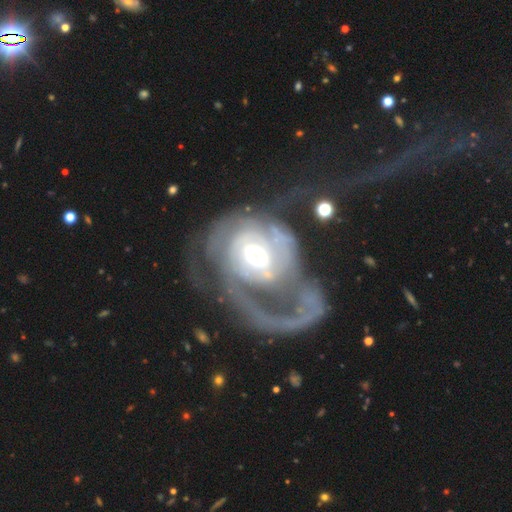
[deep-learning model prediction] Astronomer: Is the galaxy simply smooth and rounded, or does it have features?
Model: featured or disk — 80%.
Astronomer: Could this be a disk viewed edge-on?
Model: no — 97%.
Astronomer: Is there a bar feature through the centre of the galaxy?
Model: no — 61%.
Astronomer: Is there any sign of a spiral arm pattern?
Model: yes — 79%.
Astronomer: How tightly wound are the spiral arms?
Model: medium — 35% (runner-up: loose, 33%).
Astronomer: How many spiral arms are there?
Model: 2 — 32% (runner-up: can't tell, 26%).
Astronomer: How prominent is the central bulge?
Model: moderate — 62%.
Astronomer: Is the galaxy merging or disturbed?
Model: major disturbance — 59%.